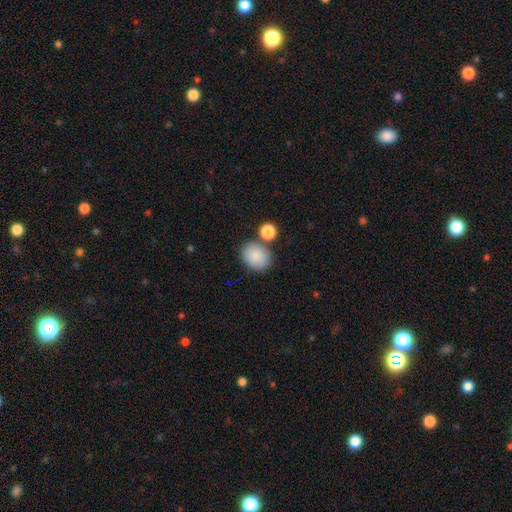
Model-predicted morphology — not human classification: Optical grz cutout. It shows a smooth galaxy with no disk features (87%) that is in between round and cigar-shaped (55%). Merging: none (71%).